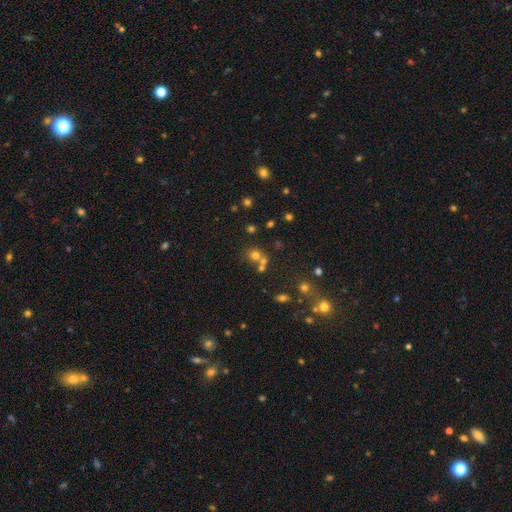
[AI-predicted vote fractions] smooth 64%, star or artifact 23%, featured or disk 12%. Down the decision tree: how rounded — round (81%); merging — none (53%).